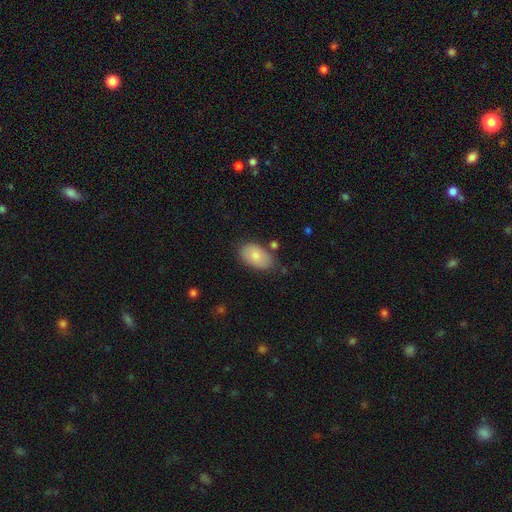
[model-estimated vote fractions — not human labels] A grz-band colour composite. It shows a smooth galaxy with no disk features (80%) that is in between round and cigar-shaped (92%). Merging: none (74%).